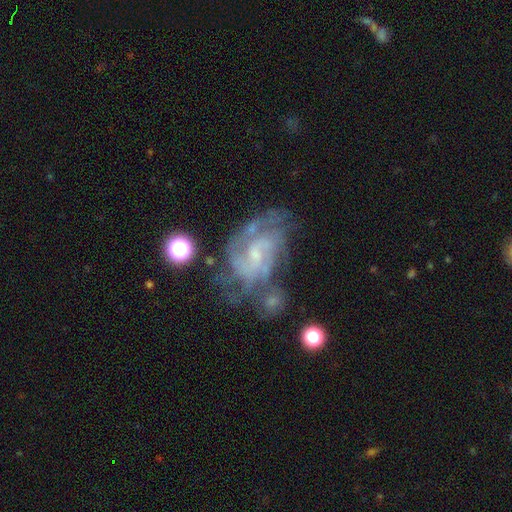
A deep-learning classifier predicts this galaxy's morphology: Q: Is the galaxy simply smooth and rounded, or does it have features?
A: featured or disk — 81%.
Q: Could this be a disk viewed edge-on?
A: no — 97%.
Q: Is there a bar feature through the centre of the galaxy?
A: no — 46%, tied with weak.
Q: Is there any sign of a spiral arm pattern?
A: yes — 91%.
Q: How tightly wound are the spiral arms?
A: medium — 43%, tied with tight.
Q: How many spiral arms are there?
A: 2 — 36%.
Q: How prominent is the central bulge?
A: small — 64%.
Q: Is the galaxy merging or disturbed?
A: none — 46%.